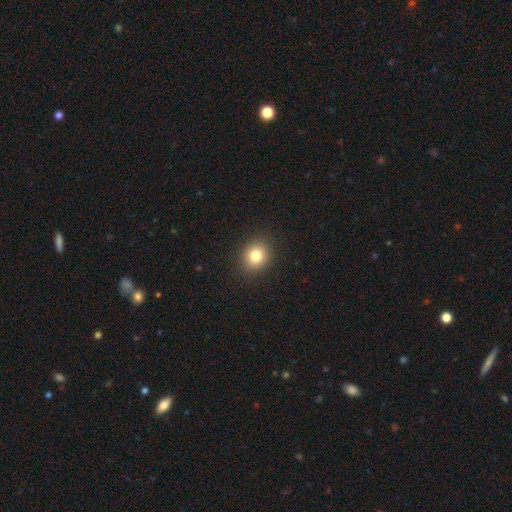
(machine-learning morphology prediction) Smooth or featured? Predicted: smooth (p=0.80). How rounded? Predicted: round (p=0.73). Merging? Predicted: none (p=0.91).